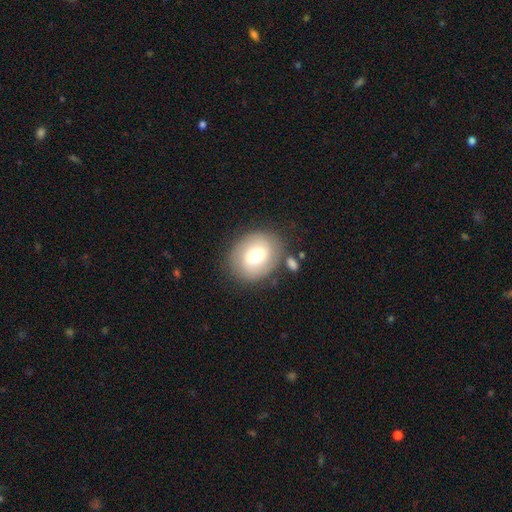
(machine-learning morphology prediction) smooth-or-featured: smooth: 65% | featured or disk: 27% | star or artifact: 8%
  how-rounded: round: 56% | in between: 43% | cigar-shaped: 1%
  merging: none: 76% | minor disturbance: 13% | merger: 6% | major disturbance: 5%